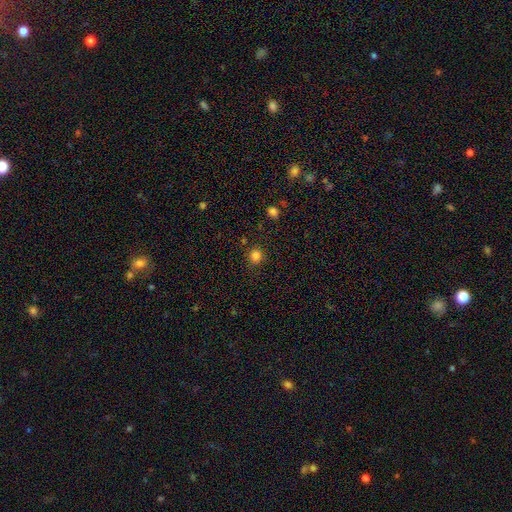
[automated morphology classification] smooth_or_featured: smooth (p=0.83) [alt: star or artifact p=0.14]
how_rounded: round (p=0.88) [alt: in between p=0.11]
merging: none (p=0.86) [alt: minor disturbance p=0.08]